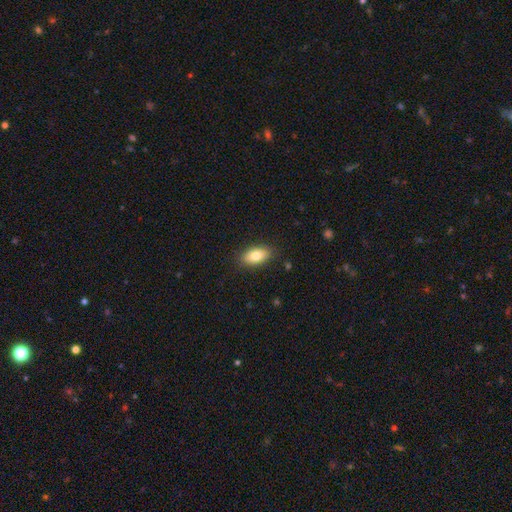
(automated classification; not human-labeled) Overall: smooth (81%). How rounded: in between (91%). Merging: none (87%).